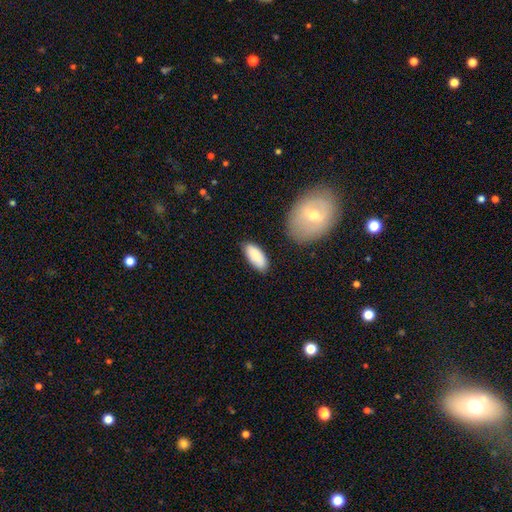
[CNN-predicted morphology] smooth_or_featured: smooth (p=0.86) [alt: featured or disk p=0.08]
how_rounded: in between (p=0.84) [alt: cigar-shaped p=0.14]
merging: none (p=0.79) [alt: minor disturbance p=0.14]